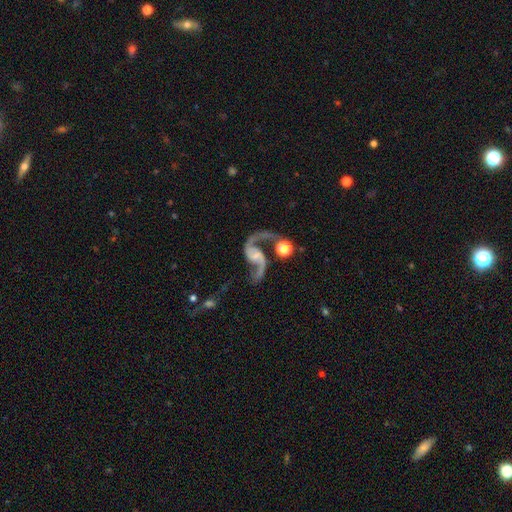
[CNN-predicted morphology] Q: Smooth or featured?
A: featured or disk (90%); runner-up: star or artifact (5%)
Q: Edge-on disk?
A: no (98%); runner-up: yes (2%)
Q: Bar?
A: no (48%); runner-up: weak (38%)
Q: Spiral arms?
A: yes (97%); runner-up: no (3%)
Q: Spiral winding?
A: loose (79%); runner-up: medium (17%)
Q: Spiral arm count?
A: 2 (93%); runner-up: 1 (3%)
Q: Bulge size?
A: small (47%); runner-up: none (25%)
Q: Merging?
A: none (58%); runner-up: major disturbance (17%)